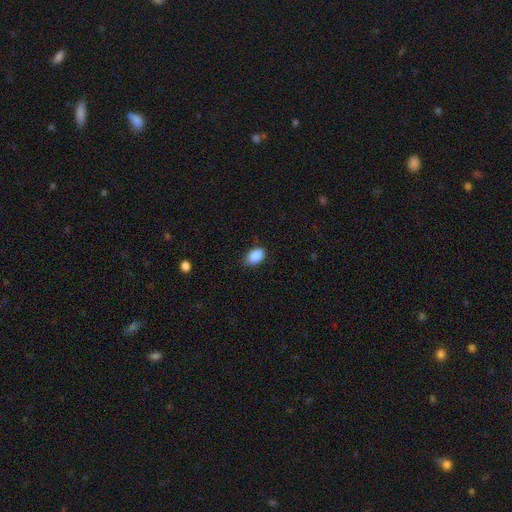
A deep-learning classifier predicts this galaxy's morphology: type=smooth (89%); roundness=in between (87%); merging=none (75%).